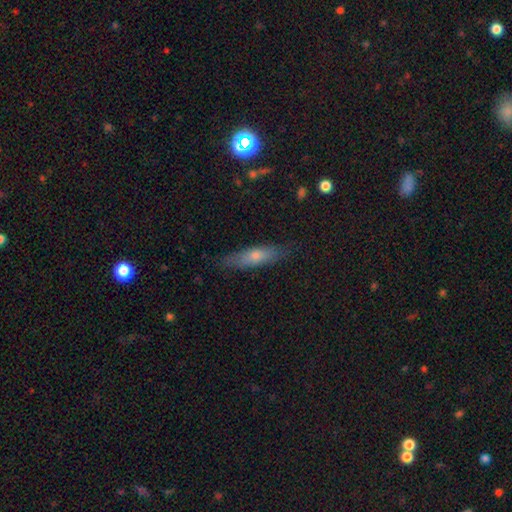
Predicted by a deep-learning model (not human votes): Smooth or featured?
  - smooth: 58% *
  - featured or disk: 34%
  - star or artifact: 8%
How rounded?
  - cigar-shaped: 69% *
  - in between: 28%
  - round: 2%
Merging?
  - none: 82% *
  - minor disturbance: 14%
  - major disturbance: 3%
  - merger: 1%